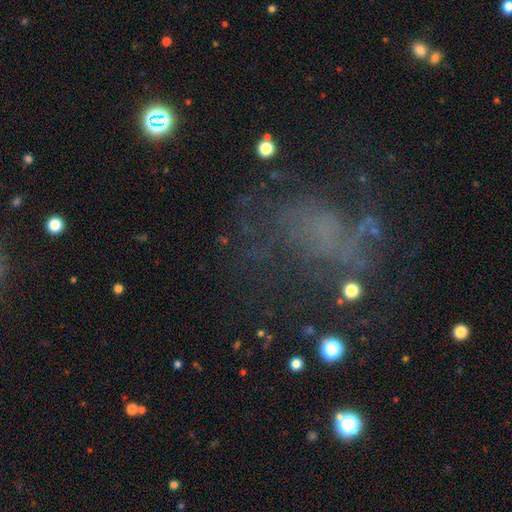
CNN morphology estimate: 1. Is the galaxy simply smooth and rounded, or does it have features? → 47% featured or disk, 27% smooth, 26% star or artifact.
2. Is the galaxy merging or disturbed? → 44% none, 33% major disturbance, 18% minor disturbance, 4% merger.